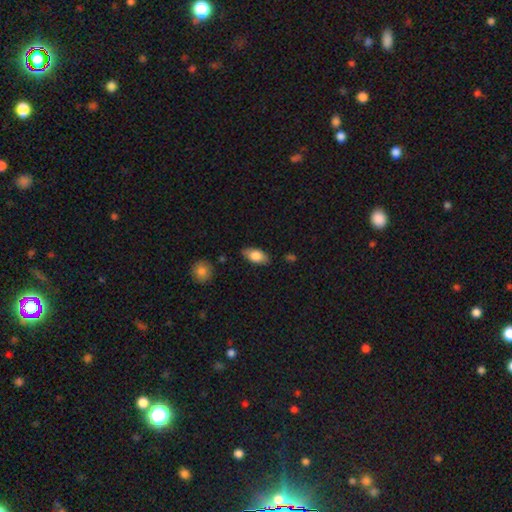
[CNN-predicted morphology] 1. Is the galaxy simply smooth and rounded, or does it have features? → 77% smooth, 16% featured or disk, 6% star or artifact.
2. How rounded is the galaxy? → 90% in between, 6% cigar-shaped, 4% round.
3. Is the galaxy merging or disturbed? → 83% none, 13% minor disturbance, 3% major disturbance, 2% merger.